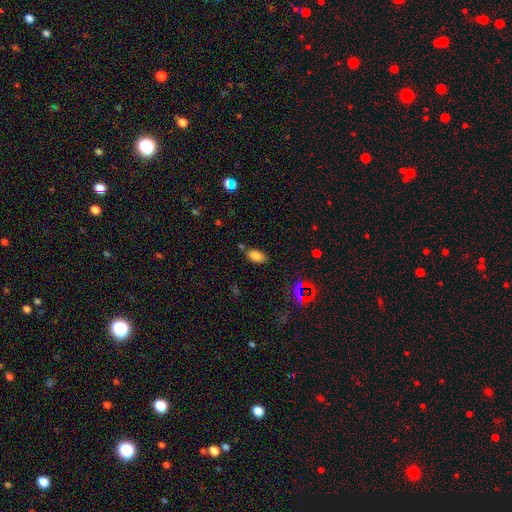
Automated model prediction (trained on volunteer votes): This is likely a smooth galaxy (80%). How rounded: clearly in between (91%). Merging: likely none (75%).